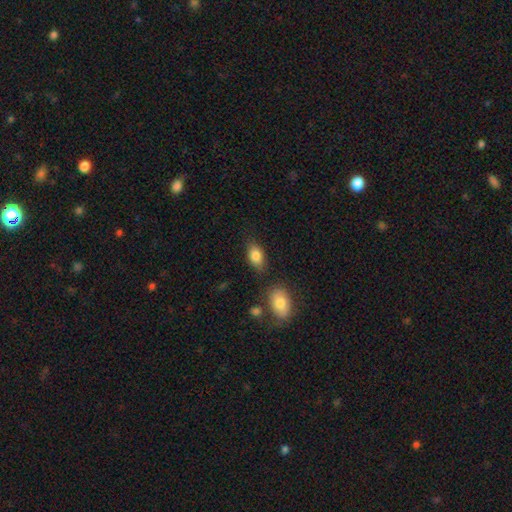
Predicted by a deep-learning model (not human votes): Smooth or featured? smooth (85%)
How rounded? in between (90%)
Merging? none (76%)